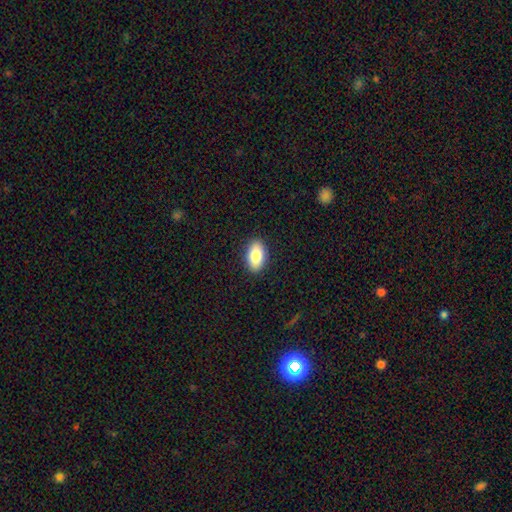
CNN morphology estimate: Smooth or featured? smooth (83%)
How rounded? in between (92%)
Merging? none (90%)